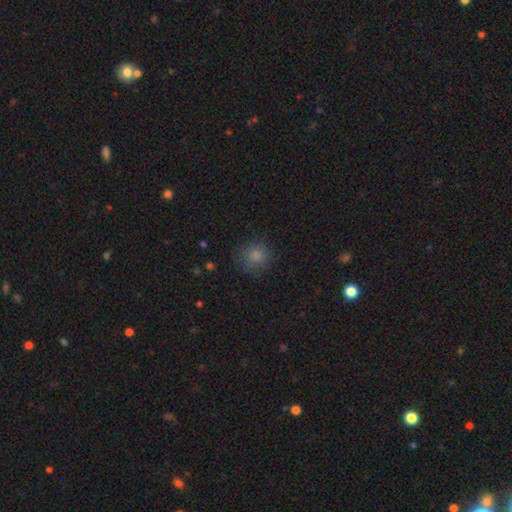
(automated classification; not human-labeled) Smooth or featured? smooth (83%)
How rounded? round (87%)
Merging? none (82%)